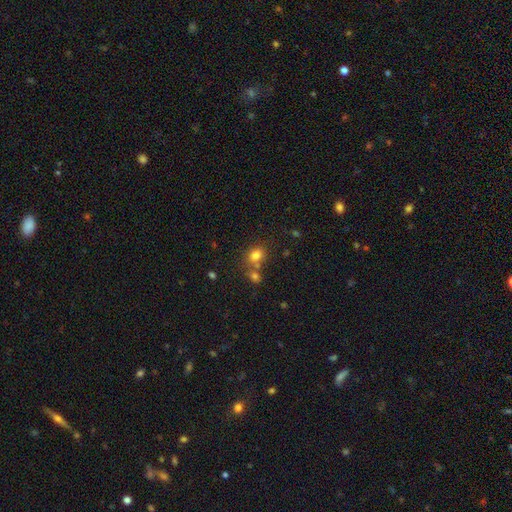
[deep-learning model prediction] A smooth galaxy with no disk features (78%) that is round (57%). Merging: none (56%).